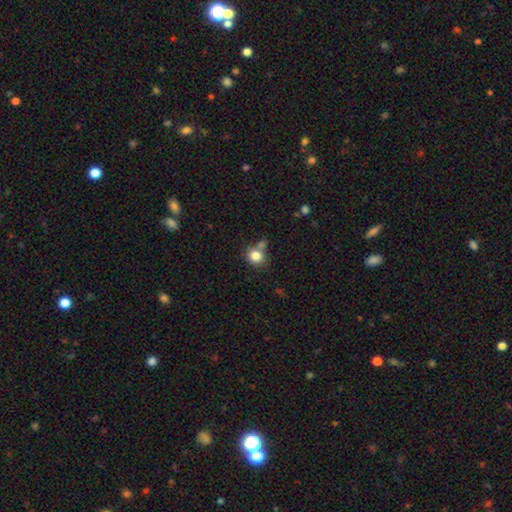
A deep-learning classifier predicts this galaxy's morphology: A smooth galaxy with no disk features (82%) that is round (78%). Merging: none (60%).